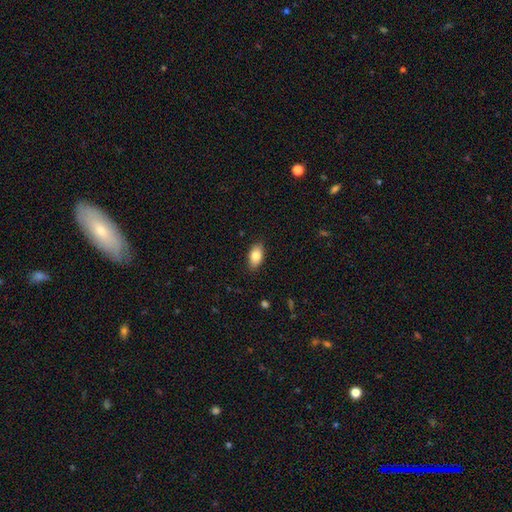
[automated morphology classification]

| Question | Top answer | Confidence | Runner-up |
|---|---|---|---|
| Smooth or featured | smooth | 84% | featured or disk (9%) |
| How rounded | in between | 91% | round (6%) |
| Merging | none | 87% | minor disturbance (10%) |